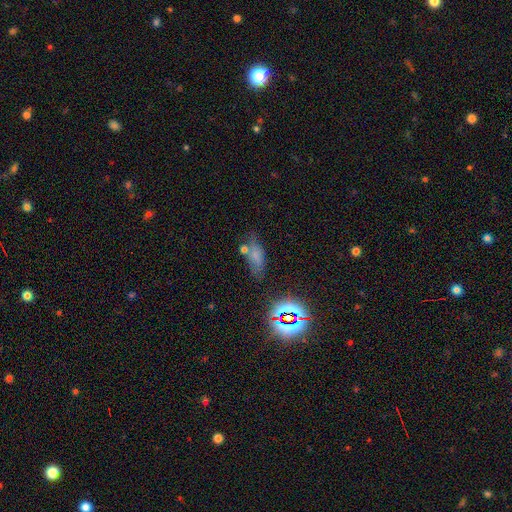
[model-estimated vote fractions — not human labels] Smooth or featured: smooth — 64% (star or artifact — 21%)
How rounded: in between — 75% (cigar-shaped — 18%)
Merging: none — 57% (minor disturbance — 21%)